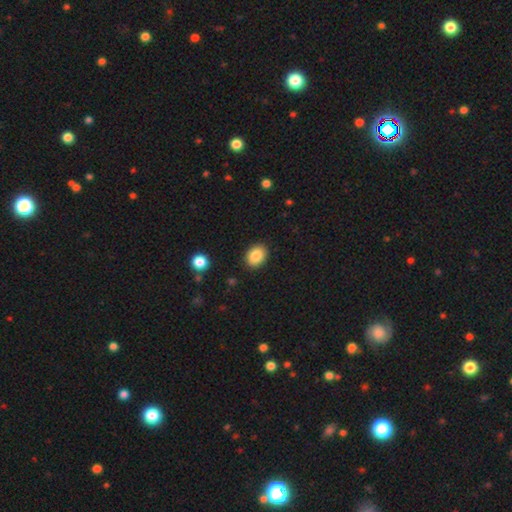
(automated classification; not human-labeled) Smooth or featured?
  - smooth: 87% *
  - star or artifact: 8%
  - featured or disk: 5%
How rounded?
  - in between: 68% *
  - round: 31%
  - cigar-shaped: 1%
Merging?
  - none: 89% *
  - minor disturbance: 8%
  - major disturbance: 2%
  - merger: 1%